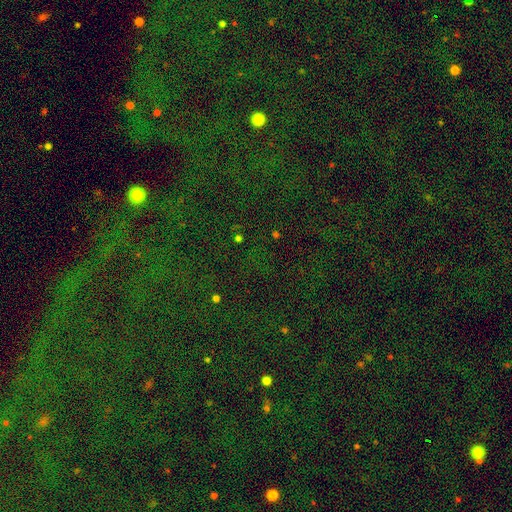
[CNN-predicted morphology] Smooth or featured: star or artifact — 78% (smooth — 14%)